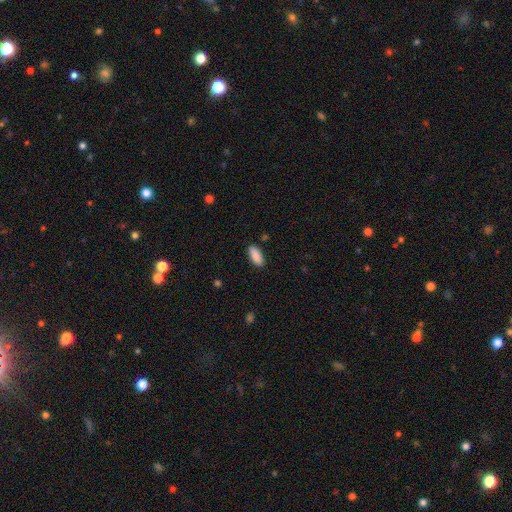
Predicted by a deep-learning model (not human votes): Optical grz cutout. It shows a smooth galaxy with no disk features (90%) that is in between round and cigar-shaped (79%). Merging: none (88%).